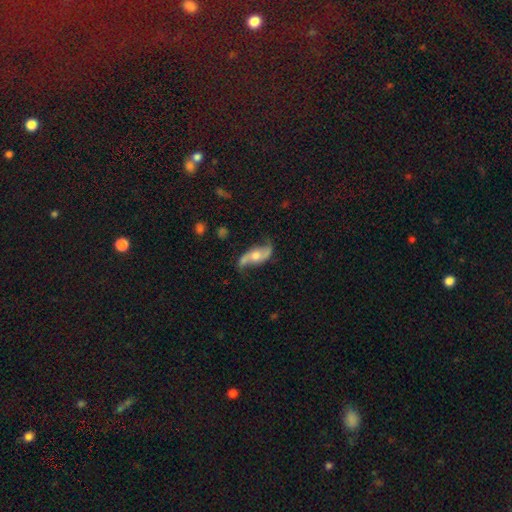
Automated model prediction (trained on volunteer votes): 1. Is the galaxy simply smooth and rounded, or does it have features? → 79% featured or disk, 15% smooth, 6% star or artifact.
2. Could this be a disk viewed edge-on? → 91% no, 9% yes.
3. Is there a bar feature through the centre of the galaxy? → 62% no, 27% weak, 11% strong.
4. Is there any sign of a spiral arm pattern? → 92% yes, 8% no.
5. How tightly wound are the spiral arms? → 79% loose, 16% medium, 5% tight.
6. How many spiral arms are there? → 92% 2, 3% can't tell, 2% 1, 1% 3, 1% 4, 1% more than 4.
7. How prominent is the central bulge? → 67% moderate, 22% small, 8% large, 2% none, 1% dominant.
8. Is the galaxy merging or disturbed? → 72% none, 19% minor disturbance, 7% major disturbance, 2% merger.